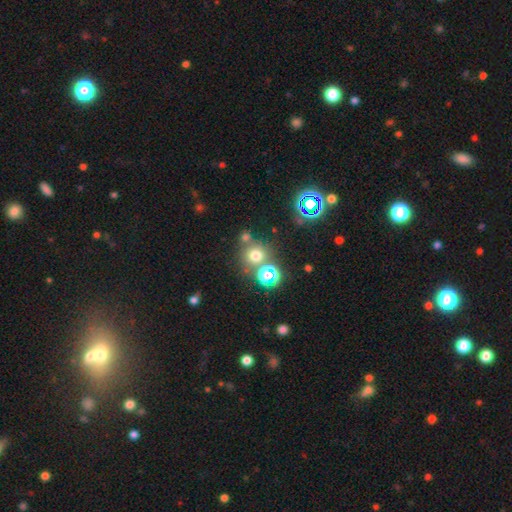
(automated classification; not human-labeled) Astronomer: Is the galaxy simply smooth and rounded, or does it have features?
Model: smooth — 62%.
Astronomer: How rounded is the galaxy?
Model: round — 88%.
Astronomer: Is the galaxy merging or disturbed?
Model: none — 66%.